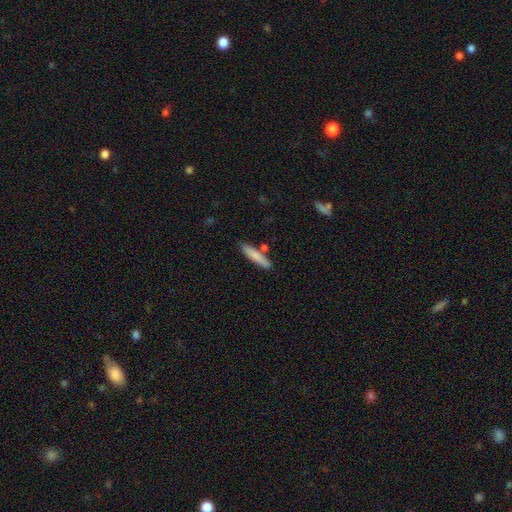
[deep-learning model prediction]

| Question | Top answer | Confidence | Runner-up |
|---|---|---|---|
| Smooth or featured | smooth | 80% | featured or disk (14%) |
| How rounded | cigar-shaped | 84% | in between (15%) |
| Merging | none | 81% | minor disturbance (11%) |